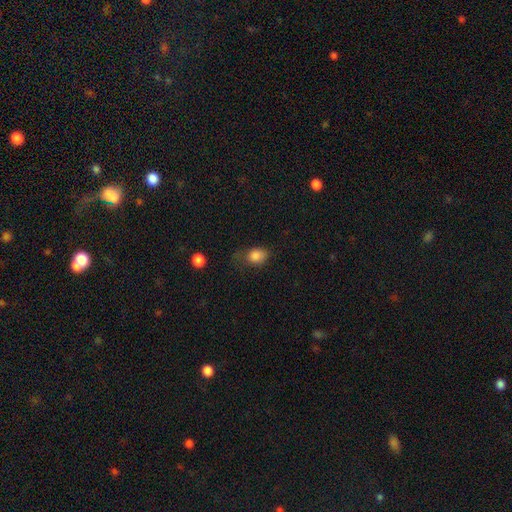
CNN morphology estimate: smooth_or_featured: smooth (p=0.84) [alt: star or artifact p=0.10]
how_rounded: in between (p=0.61) [alt: round p=0.38]
merging: none (p=0.53) [alt: minor disturbance p=0.31]